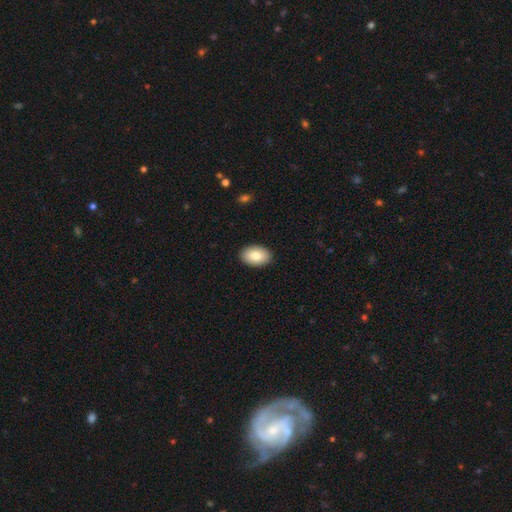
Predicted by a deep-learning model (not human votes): smooth_or_featured: smooth (p=0.83) [alt: featured or disk p=0.10]
how_rounded: in between (p=0.90) [alt: round p=0.09]
merging: none (p=0.90) [alt: minor disturbance p=0.07]